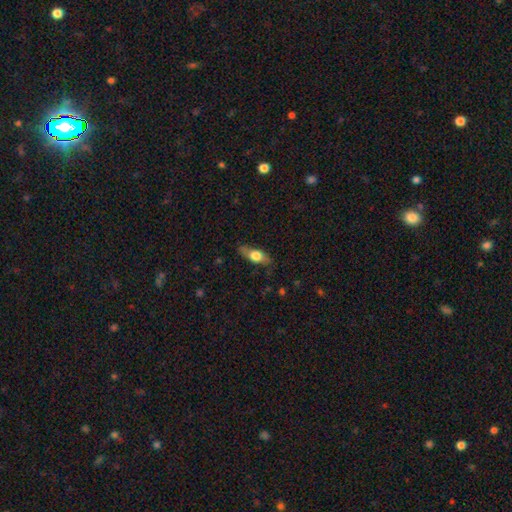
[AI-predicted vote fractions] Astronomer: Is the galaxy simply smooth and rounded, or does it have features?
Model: smooth — 63%.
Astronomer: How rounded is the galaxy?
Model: in between — 66%.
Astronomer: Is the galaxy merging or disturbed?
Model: none — 73%.